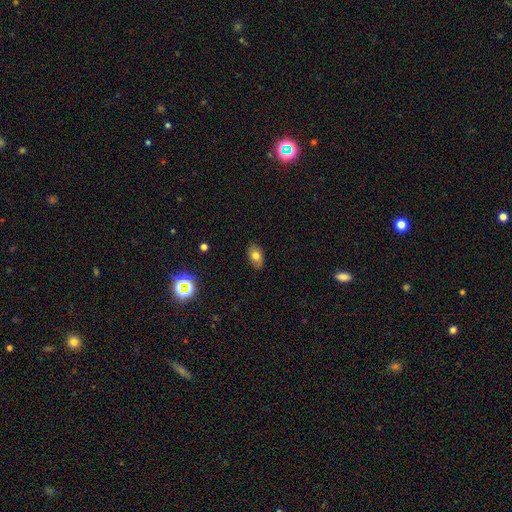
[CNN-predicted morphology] Smooth or featured: smooth — 74% (featured or disk — 15%)
How rounded: in between — 87% (round — 11%)
Merging: none — 85% (minor disturbance — 12%)